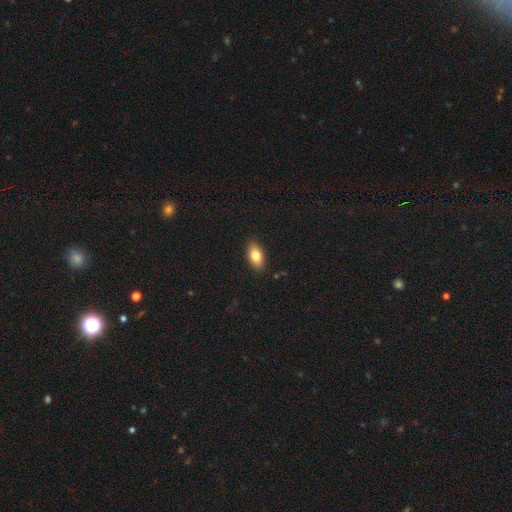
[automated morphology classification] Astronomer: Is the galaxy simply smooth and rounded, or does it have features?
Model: smooth — 81%.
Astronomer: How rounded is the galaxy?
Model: in between — 90%.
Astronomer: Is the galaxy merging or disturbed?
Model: none — 89%.